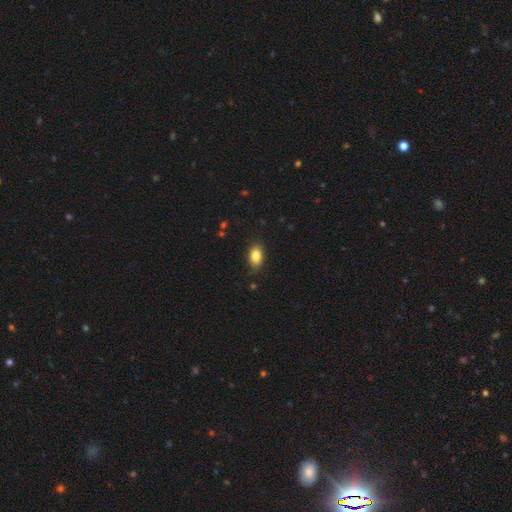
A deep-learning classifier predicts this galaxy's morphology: type=smooth (84%); roundness=in between (89%); merging=none (84%).